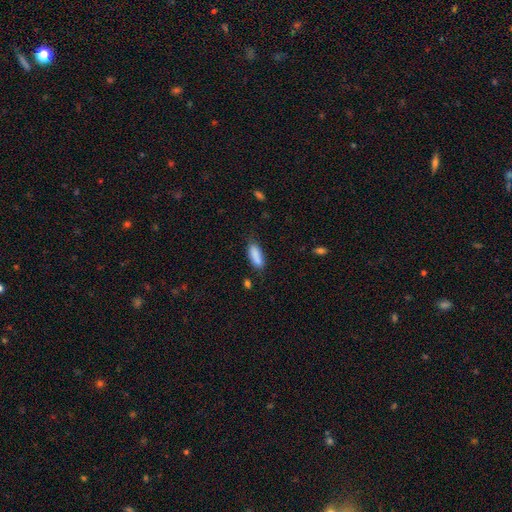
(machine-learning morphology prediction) This is clearly a smooth galaxy (87%). How rounded: likely in between (70%). Merging: likely none (69%).